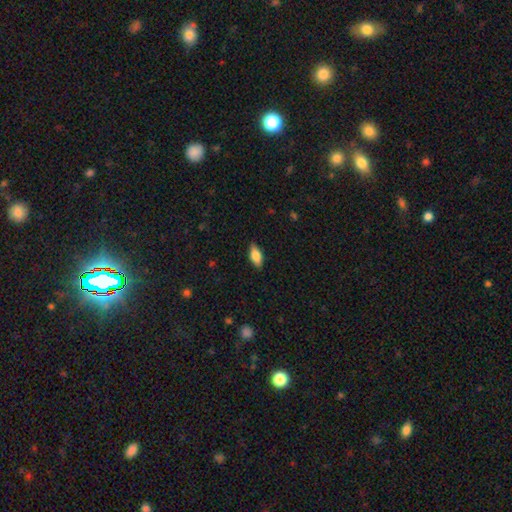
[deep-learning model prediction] Smooth or featured: smooth — 78% (featured or disk — 16%)
How rounded: in between — 84% (cigar-shaped — 13%)
Merging: none — 87% (minor disturbance — 10%)